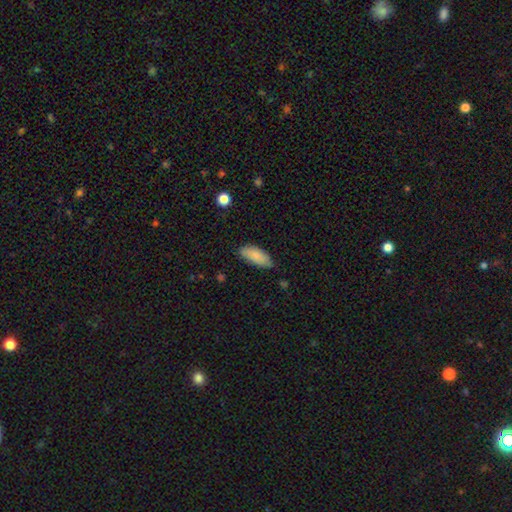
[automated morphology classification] Smooth or featured: smooth — 86% (featured or disk — 7%)
How rounded: in between — 85% (cigar-shaped — 13%)
Merging: none — 74% (minor disturbance — 22%)